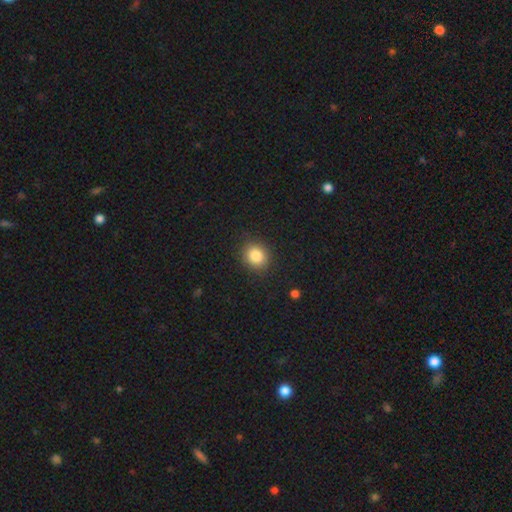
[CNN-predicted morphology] Smooth or featured? Predicted: smooth (p=0.84). How rounded? Predicted: round (p=0.74). Merging? Predicted: none (p=0.89).